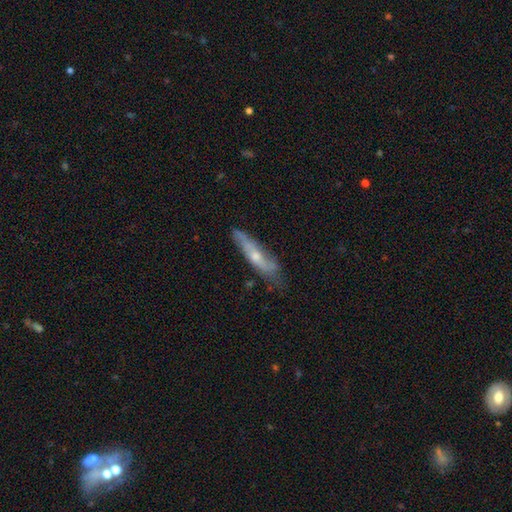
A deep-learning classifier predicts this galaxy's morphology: A featured or disk galaxy (53%) viewed edge-on (60%).

Vote fractions:
- Smooth or featured? featured or disk: 53% / smooth: 41% / star or artifact: 6%
- Edge-on disk? yes: 60% / no: 40%
- Merging? none: 62% / minor disturbance: 28% / major disturbance: 7% / merger: 3%